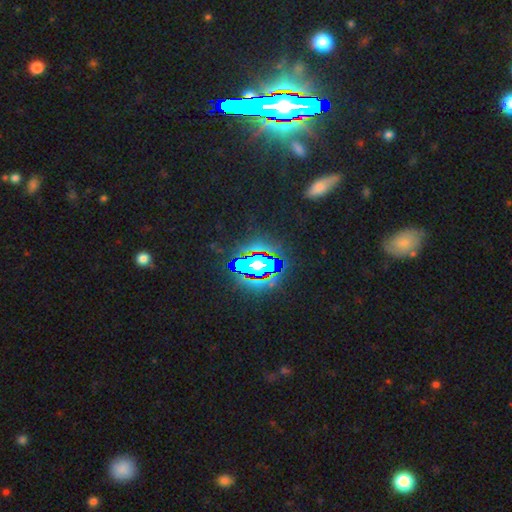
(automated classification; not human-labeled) The model was most divided on "smooth or featured": star or artifact: 77%, featured or disk: 12%, smooth: 12%.